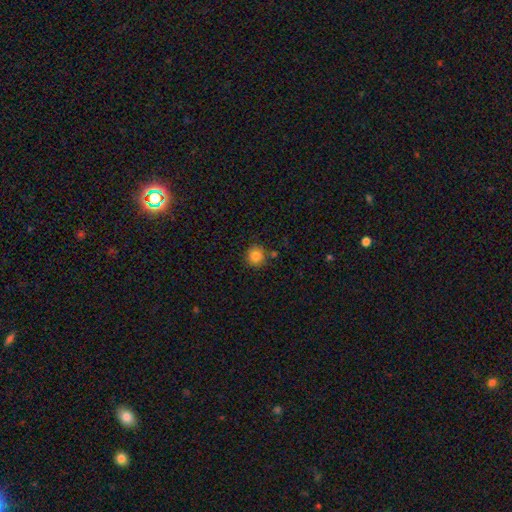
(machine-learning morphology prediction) Overall: smooth (84%). How rounded: round (92%). Merging: none (82%).